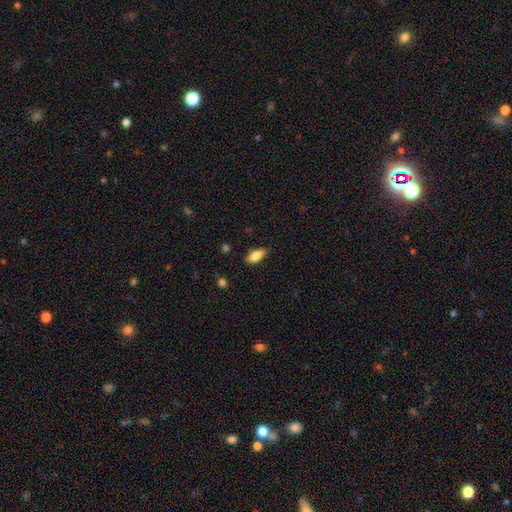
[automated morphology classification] This appears to be a smooth galaxy with no disk features (83%) that is in between round and cigar-shaped (87%). Merging: none (77%).